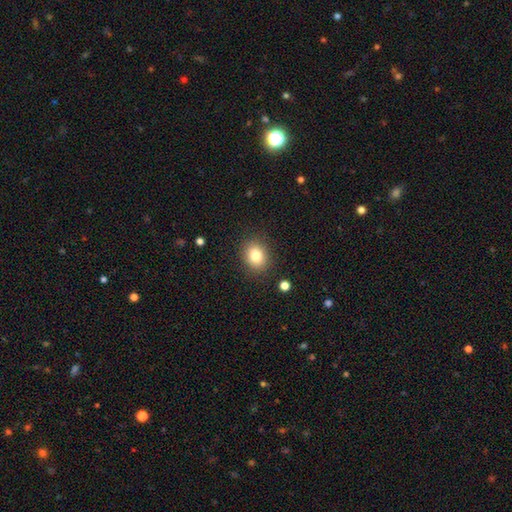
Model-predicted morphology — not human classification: The model was most divided on "how rounded": round: 54%, in between: 45%, cigar-shaped: 1%. More confident: merging — none (87%); smooth or featured — smooth (82%).